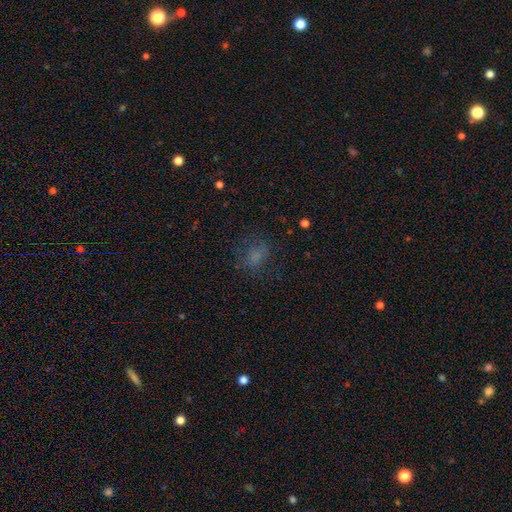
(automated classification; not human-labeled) Smooth or featured? Predicted: smooth (p=0.67). How rounded? Predicted: round (p=0.56). Merging? Predicted: none (p=0.69).